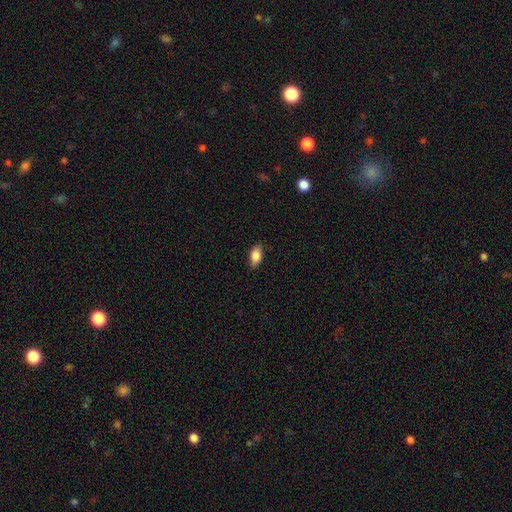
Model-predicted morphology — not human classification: A smooth galaxy with no disk features (85%) that is in between round and cigar-shaped (90%). Merging: none (85%).